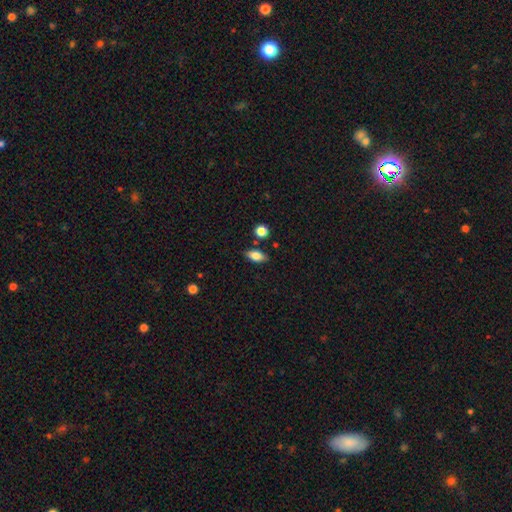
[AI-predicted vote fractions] A smooth galaxy with no disk features (82%) that is in between round and cigar-shaped (87%).

Vote fractions:
- Smooth or featured? smooth: 82% / featured or disk: 10% / star or artifact: 8%
- How rounded? in between: 87% / cigar-shaped: 7% / round: 6%
- Merging? none: 82% / minor disturbance: 11% / merger: 5% / major disturbance: 2%